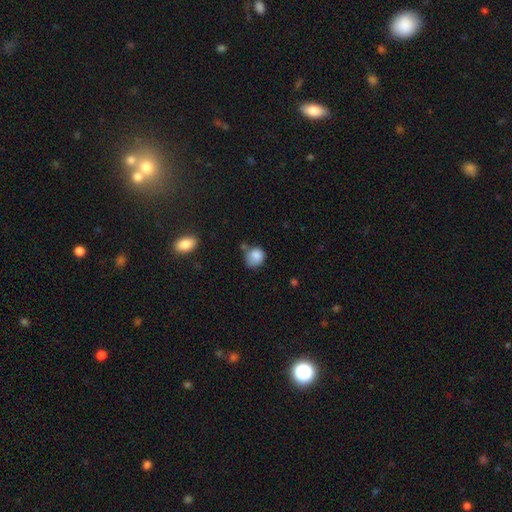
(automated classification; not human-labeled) This appears to be a smooth galaxy with no disk features (84%) that is round (68%). Merging: none (47%).